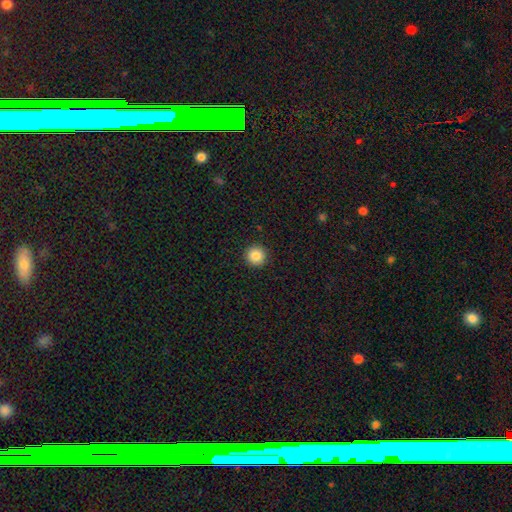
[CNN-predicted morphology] type=smooth (86%); roundness=round (95%); merging=none (93%).